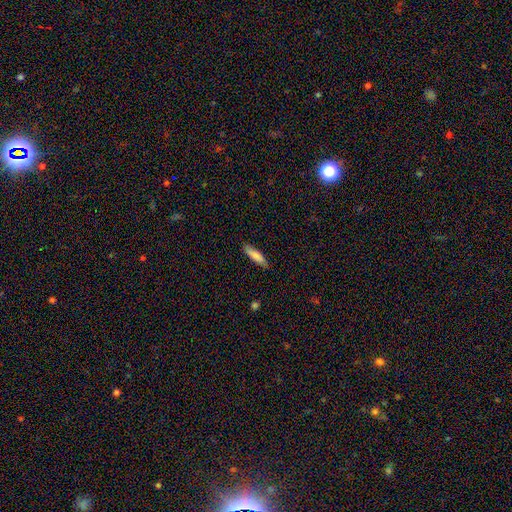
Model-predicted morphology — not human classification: A smooth galaxy with no disk features (82%) that is cigar-shaped (75%).

Vote fractions:
- Smooth or featured? smooth: 82% / featured or disk: 12% / star or artifact: 6%
- How rounded? cigar-shaped: 75% / in between: 24% / round: 1%
- Merging? none: 85% / minor disturbance: 12% / major disturbance: 2% / merger: 1%